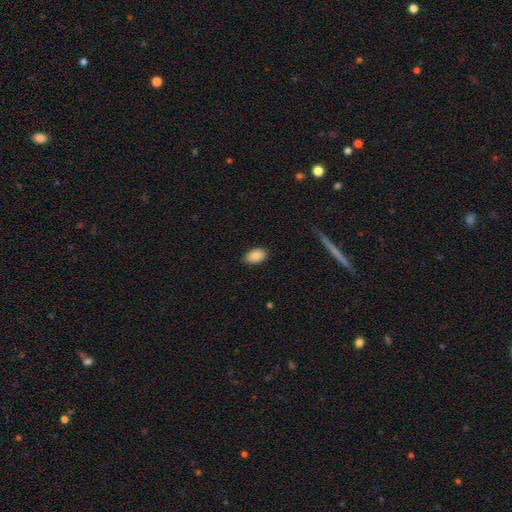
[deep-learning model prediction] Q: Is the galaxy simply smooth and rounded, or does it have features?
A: smooth — 89%.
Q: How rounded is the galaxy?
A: in between — 91%.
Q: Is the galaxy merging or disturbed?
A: none — 80%.